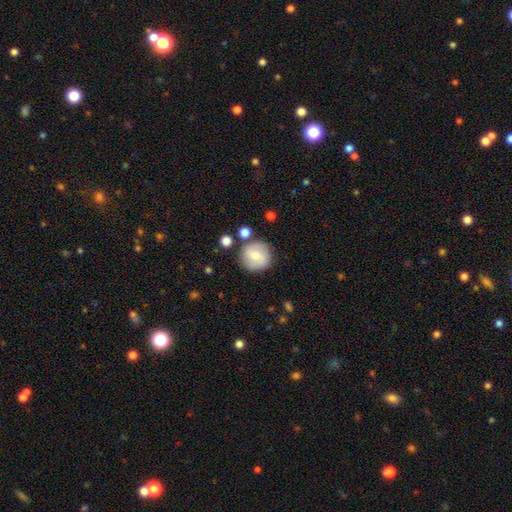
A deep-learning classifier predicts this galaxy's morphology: smooth_or_featured: smooth (p=0.61) [alt: featured or disk p=0.32]
how_rounded: round (p=0.94) [alt: in between p=0.05]
merging: none (p=0.80) [alt: minor disturbance p=0.10]